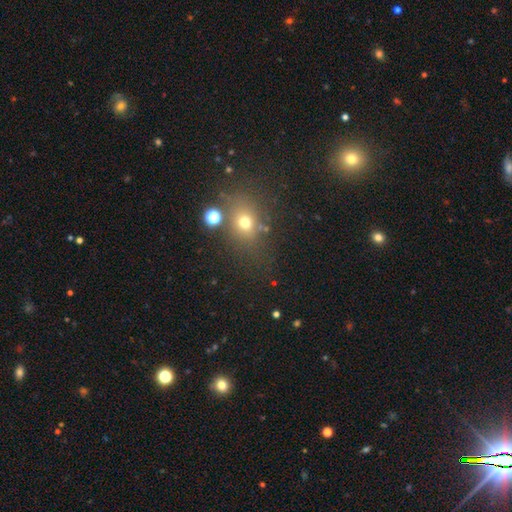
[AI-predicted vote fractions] Morphology: type=smooth (48%); merging=none (71%).